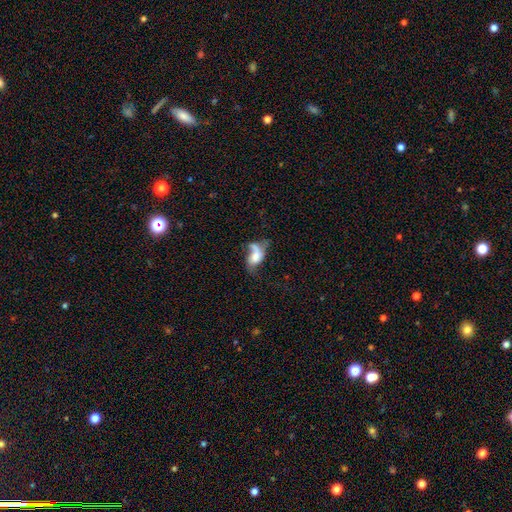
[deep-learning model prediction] Morphology: type=featured or disk (45%, tied with smooth); merging=major disturbance (34%).